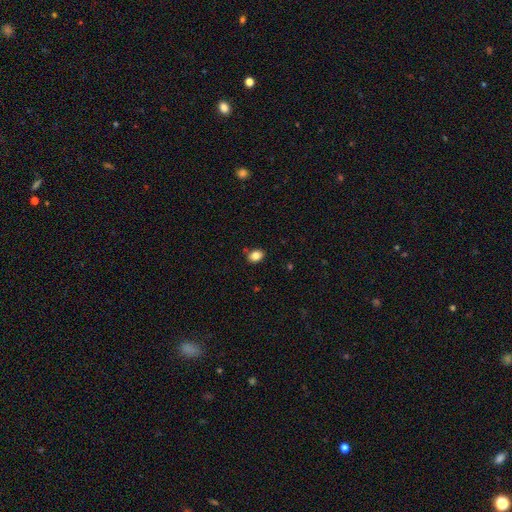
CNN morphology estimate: The model was most divided on "how rounded": in between: 65%, round: 34%, cigar-shaped: 1%. More confident: smooth or featured — smooth (84%); merging — none (83%).